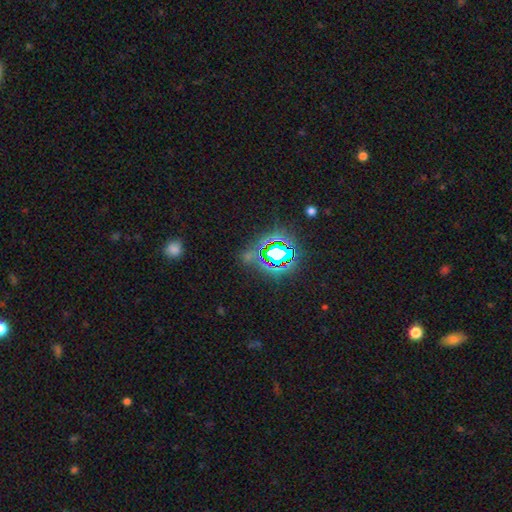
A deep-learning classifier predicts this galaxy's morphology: A star or artifact, not a galaxy (79%).